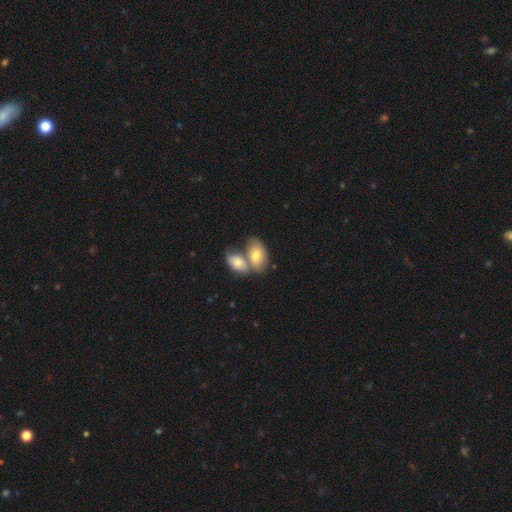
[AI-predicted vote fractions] The model was most divided on "merging": merger: 59%, none: 28%, minor disturbance: 9%, major disturbance: 3%. More confident: how rounded — in between (91%); smooth or featured — smooth (74%).